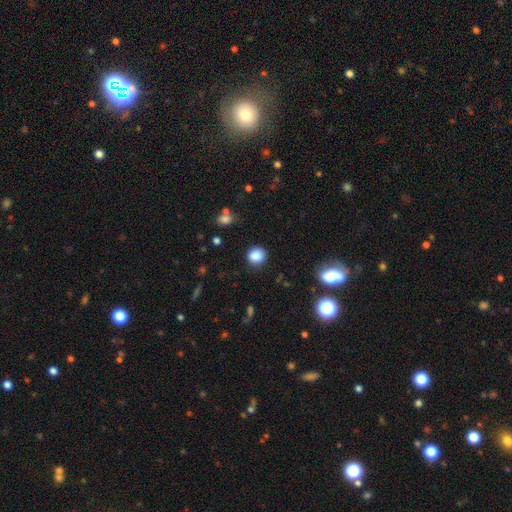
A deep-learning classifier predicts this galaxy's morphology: Q: Smooth or featured?
A: smooth (87%); runner-up: star or artifact (10%)
Q: How rounded?
A: round (81%); runner-up: in between (18%)
Q: Merging?
A: none (87%); runner-up: minor disturbance (8%)